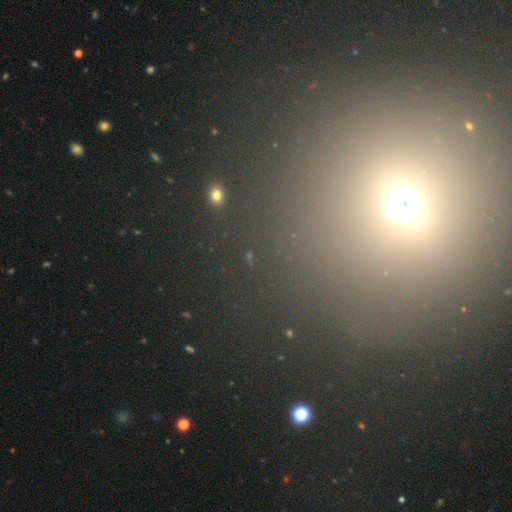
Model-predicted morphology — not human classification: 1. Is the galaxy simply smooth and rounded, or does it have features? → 51% star or artifact, 40% smooth, 10% featured or disk.